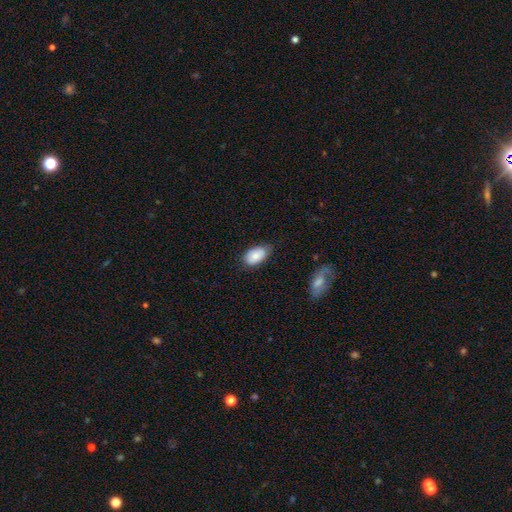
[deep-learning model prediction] Smooth or featured: smooth — 83% (featured or disk — 10%)
How rounded: in between — 94% (round — 5%)
Merging: none — 70% (minor disturbance — 24%)